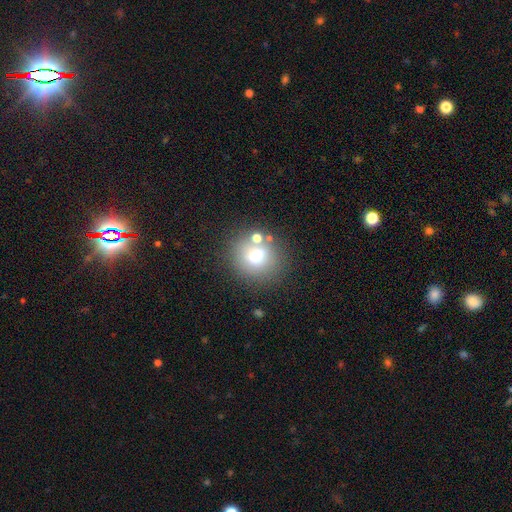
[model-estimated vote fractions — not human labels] The model was most divided on "smooth or featured": smooth: 70%, featured or disk: 16%, star or artifact: 14%. More confident: how rounded — round (82%); merging — none (70%).